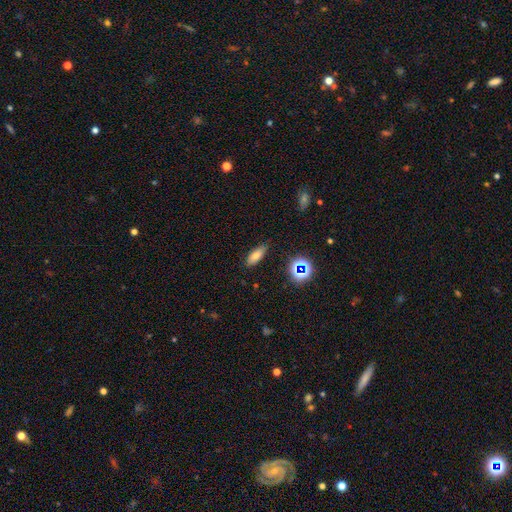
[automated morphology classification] type=smooth (74%); roundness=in between (72%); merging=none (80%).